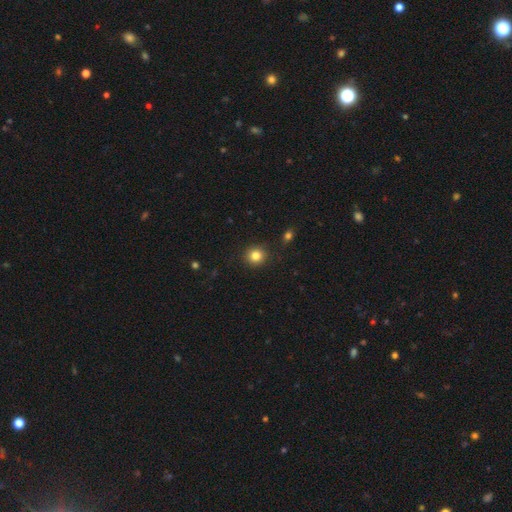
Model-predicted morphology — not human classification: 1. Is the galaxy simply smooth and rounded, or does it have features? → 83% smooth, 11% star or artifact, 6% featured or disk.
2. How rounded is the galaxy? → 91% round, 8% in between, 1% cigar-shaped.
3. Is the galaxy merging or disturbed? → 91% none, 6% minor disturbance, 2% major disturbance, 1% merger.